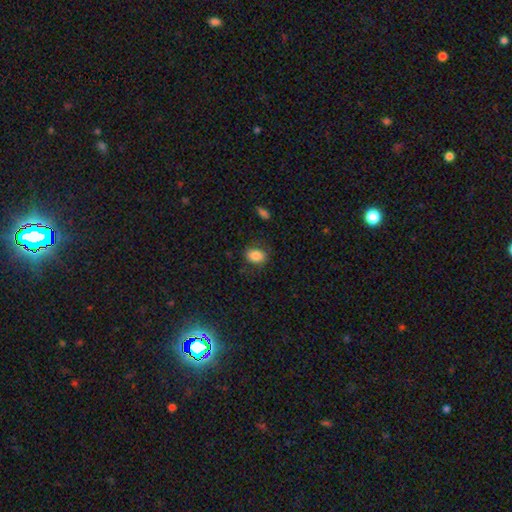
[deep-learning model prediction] Overall: smooth (84%). How rounded: in between (69%; round 30%). Merging: none (80%).